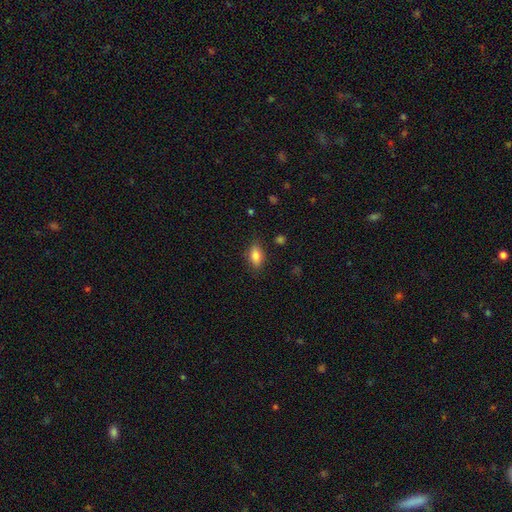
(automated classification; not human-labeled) Smooth or featured?
  - smooth: 82% *
  - featured or disk: 10%
  - star or artifact: 8%
How rounded?
  - in between: 85% *
  - cigar-shaped: 8%
  - round: 6%
Merging?
  - none: 81% *
  - minor disturbance: 14%
  - major disturbance: 3%
  - merger: 1%